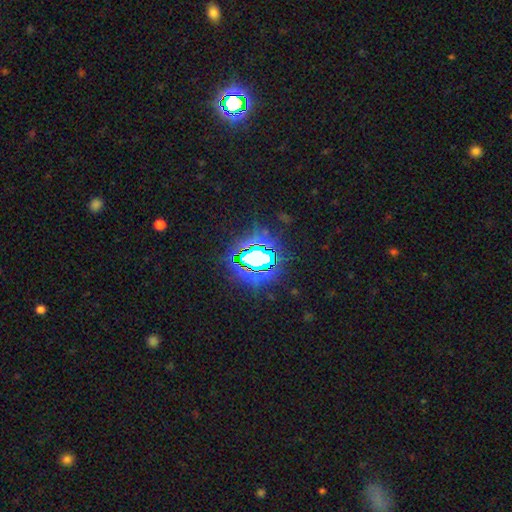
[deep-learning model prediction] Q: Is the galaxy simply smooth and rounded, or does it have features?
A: star or artifact — 75%.